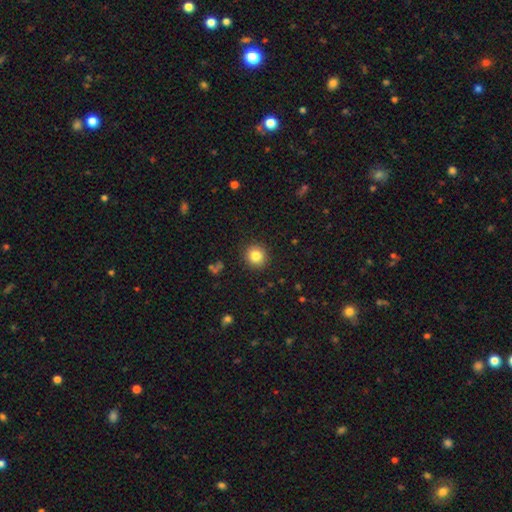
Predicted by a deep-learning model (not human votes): A smooth galaxy with no disk features (83%) that is round (91%).

Vote fractions:
- Smooth or featured? smooth: 83% / star or artifact: 11% / featured or disk: 6%
- How rounded? round: 91% / in between: 8% / cigar-shaped: 1%
- Merging? none: 91% / minor disturbance: 6% / major disturbance: 2% / merger: 1%